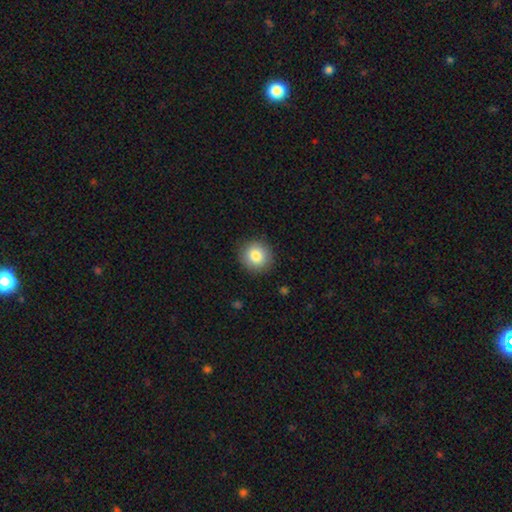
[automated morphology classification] A smooth galaxy with no disk features (83%) that is round (90%).

Vote fractions:
- Smooth or featured? smooth: 83% / star or artifact: 9% / featured or disk: 8%
- How rounded? round: 90% / in between: 9% / cigar-shaped: 1%
- Merging? none: 90% / minor disturbance: 7% / major disturbance: 2% / merger: 1%